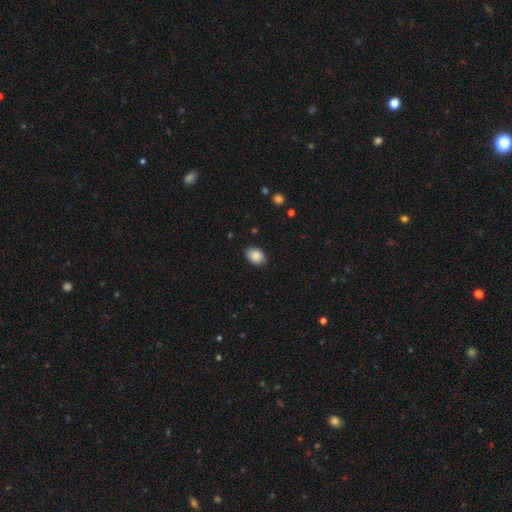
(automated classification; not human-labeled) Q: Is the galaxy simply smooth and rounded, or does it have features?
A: smooth — 88%.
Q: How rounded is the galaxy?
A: in between — 82%.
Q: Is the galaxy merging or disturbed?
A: none — 85%.